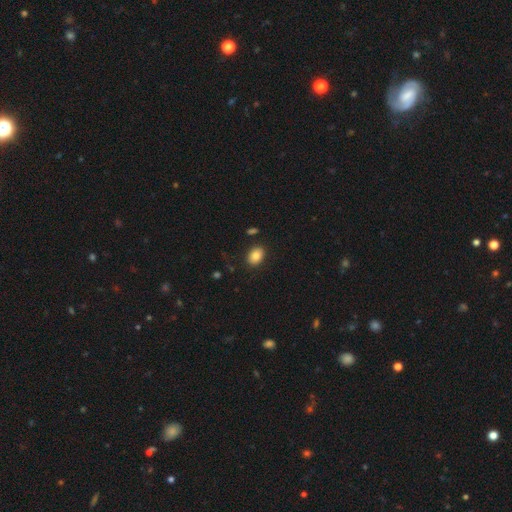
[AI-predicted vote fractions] smooth_or_featured: smooth (p=0.85) [alt: star or artifact p=0.09]
how_rounded: in between (p=0.75) [alt: round p=0.24]
merging: none (p=0.86) [alt: minor disturbance p=0.09]